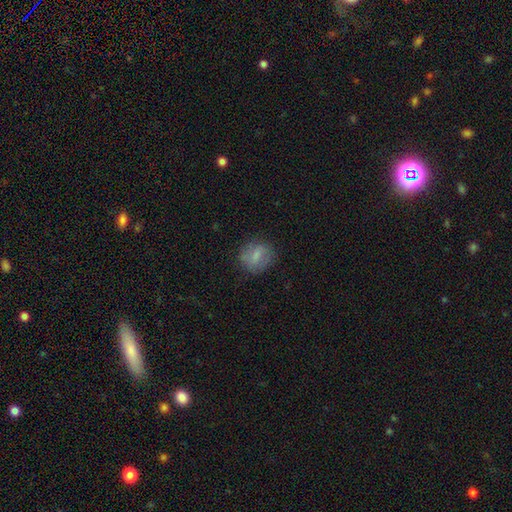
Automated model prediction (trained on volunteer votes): This appears to be a smooth galaxy with no disk features (65%) that is round (68%). Merging: none (77%).